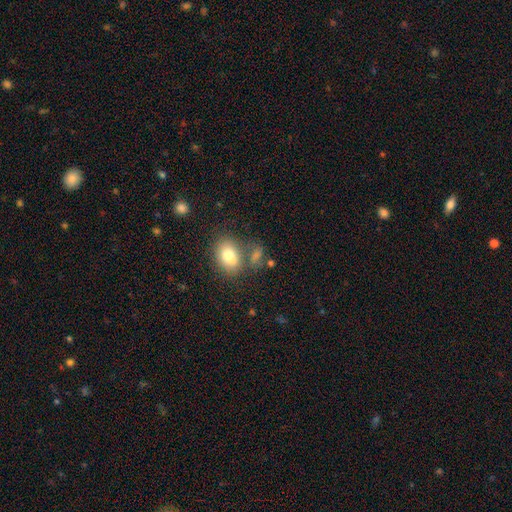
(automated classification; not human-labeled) This is likely a smooth galaxy (71%). How rounded: likely in between (72%). Merging: marginally none (45%).